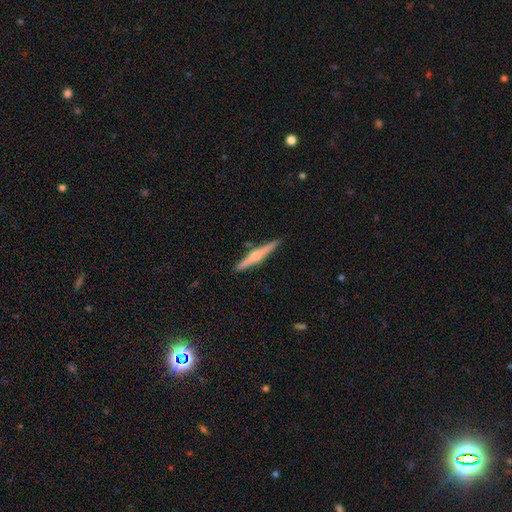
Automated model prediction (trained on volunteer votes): Morphology: type=featured or disk (62%); edge-on=yes (98%); edge-on bulge=rounded (82%); merging=none (88%).